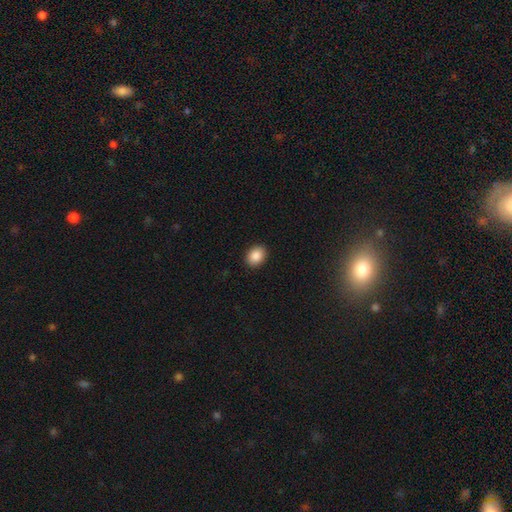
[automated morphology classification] smooth_or_featured: smooth (p=0.89) [alt: star or artifact p=0.08]
how_rounded: in between (p=0.64) [alt: round p=0.35]
merging: none (p=0.91) [alt: minor disturbance p=0.06]